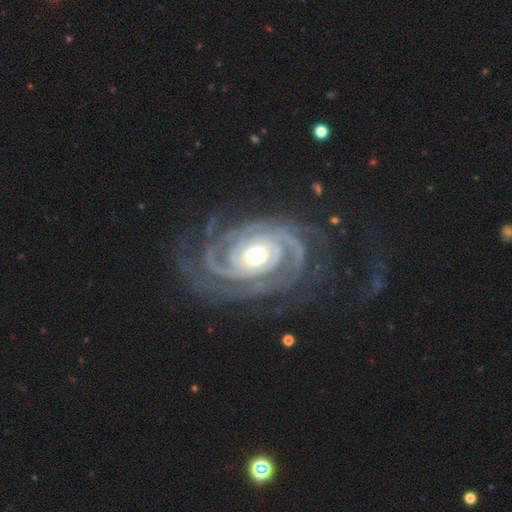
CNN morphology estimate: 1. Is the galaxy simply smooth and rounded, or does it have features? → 92% featured or disk, 4% star or artifact, 4% smooth.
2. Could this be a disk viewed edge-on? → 97% no, 3% yes.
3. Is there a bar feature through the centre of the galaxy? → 71% no, 17% weak, 11% strong.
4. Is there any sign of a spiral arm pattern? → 98% yes, 2% no.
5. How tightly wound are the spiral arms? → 70% tight, 24% medium, 7% loose.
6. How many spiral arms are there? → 33% 2, 25% 3, 15% can't tell, 10% 4, 9% more than 4, 8% 1.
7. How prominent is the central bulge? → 68% moderate, 21% large, 8% small, 2% dominant, 1% none.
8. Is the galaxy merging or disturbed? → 66% none, 17% minor disturbance, 15% major disturbance, 2% merger.